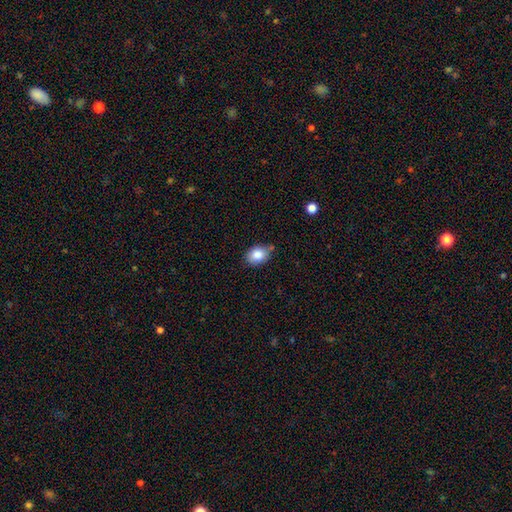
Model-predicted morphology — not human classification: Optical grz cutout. It shows a smooth galaxy with no disk features (85%) that is in between round and cigar-shaped (68%). Merging: none (70%).